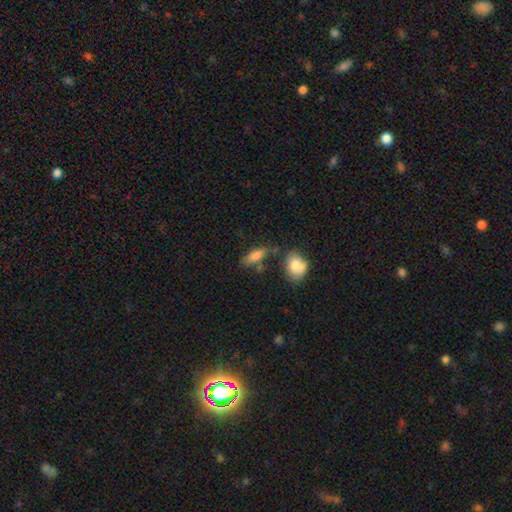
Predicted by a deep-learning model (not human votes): smooth-or-featured: smooth: 77% | featured or disk: 14% | star or artifact: 8%
  how-rounded: in between: 64% | cigar-shaped: 32% | round: 4%
  merging: none: 61% | minor disturbance: 19% | merger: 13% | major disturbance: 7%